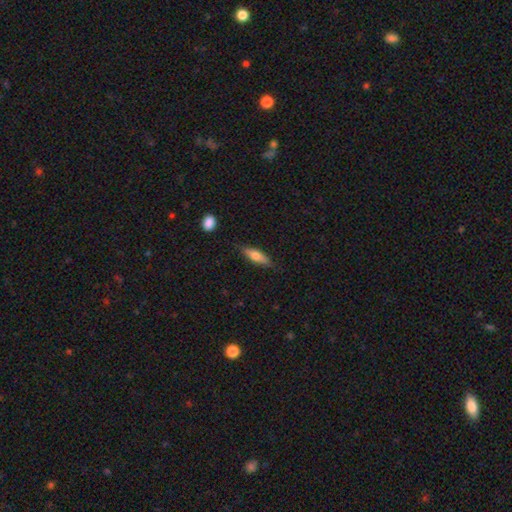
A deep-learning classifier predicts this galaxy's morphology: A smooth galaxy with no disk features (59%) that is cigar-shaped (58%).

Vote fractions:
- Smooth or featured? smooth: 59% / featured or disk: 34% / star or artifact: 6%
- How rounded? cigar-shaped: 58% / in between: 40% / round: 3%
- Merging? none: 82% / minor disturbance: 13% / major disturbance: 3% / merger: 2%